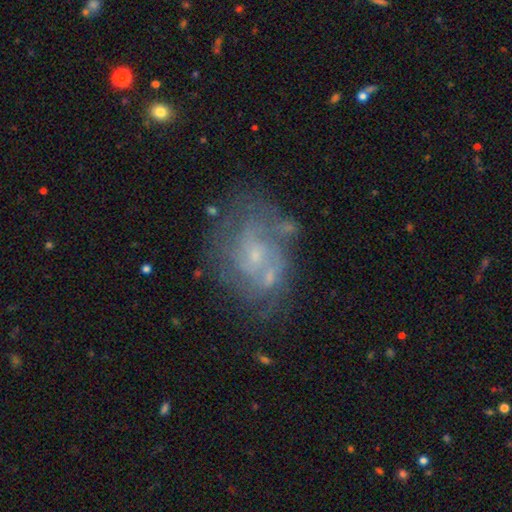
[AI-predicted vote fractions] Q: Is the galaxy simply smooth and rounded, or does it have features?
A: featured or disk — 75%.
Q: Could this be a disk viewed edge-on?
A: no — 97%.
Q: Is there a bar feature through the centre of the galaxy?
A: no — 67%.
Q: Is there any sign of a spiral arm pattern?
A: yes — 79%.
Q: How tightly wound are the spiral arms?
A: medium — 41%, tied with tight.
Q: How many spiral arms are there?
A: can't tell — 40%.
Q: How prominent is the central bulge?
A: small — 73%.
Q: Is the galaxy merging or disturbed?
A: none — 59%.